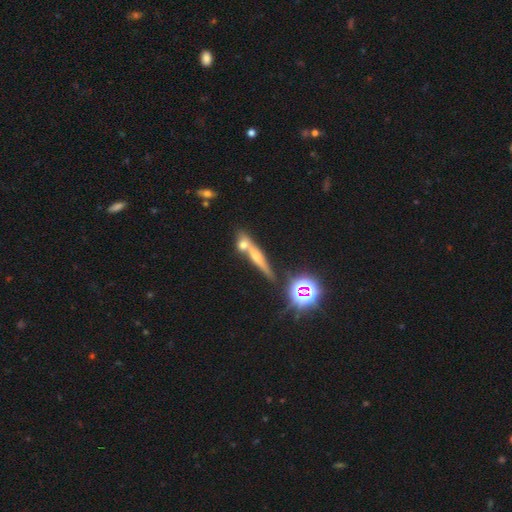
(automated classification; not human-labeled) Smooth or featured: featured or disk — 39% (smooth — 37%)
Merging: none — 53% (merger — 31%)